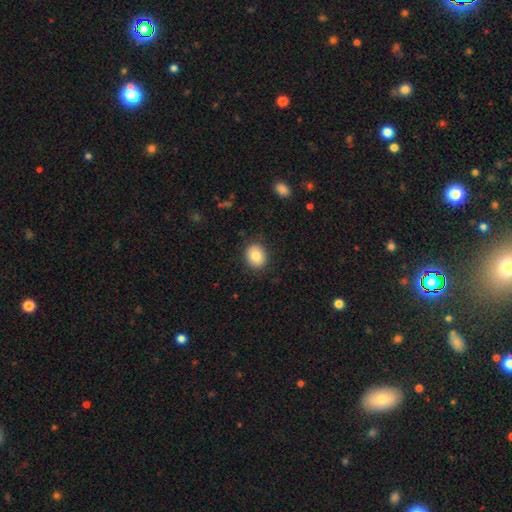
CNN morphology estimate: smooth_or_featured: smooth (p=0.83) [alt: featured or disk p=0.09]
how_rounded: round (p=0.65) [alt: in between p=0.34]
merging: none (p=0.88) [alt: minor disturbance p=0.08]